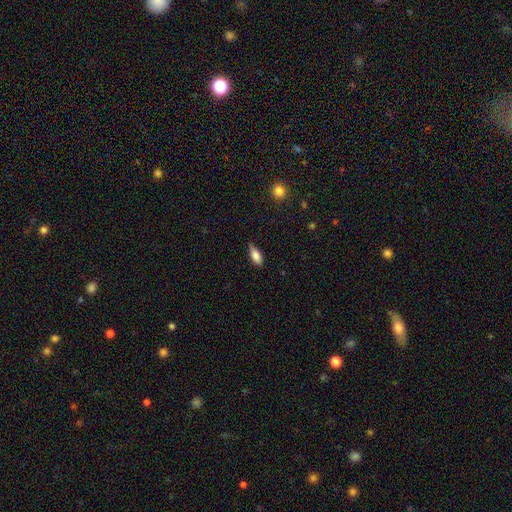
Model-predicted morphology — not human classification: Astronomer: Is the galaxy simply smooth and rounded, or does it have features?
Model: smooth — 76%.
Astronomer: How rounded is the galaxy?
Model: in between — 76%.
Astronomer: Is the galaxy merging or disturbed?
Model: none — 78%.